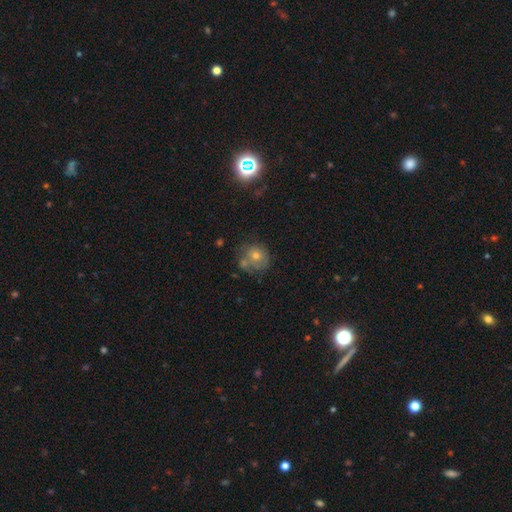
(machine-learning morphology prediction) This appears to be a smooth galaxy with no disk features (53%) that is round (83%). Merging: none (58%).